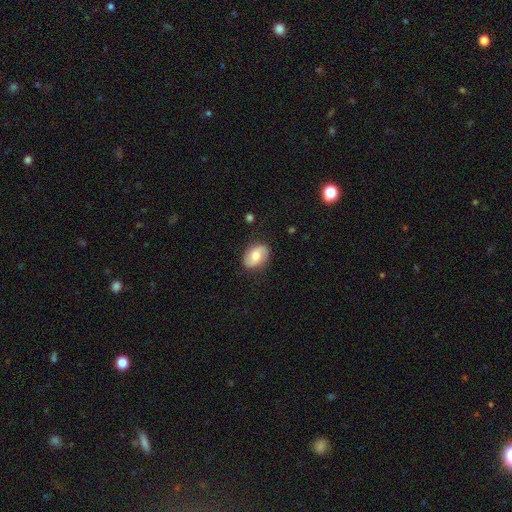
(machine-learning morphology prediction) type=smooth (57%); roundness=in between (83%); merging=none (80%).